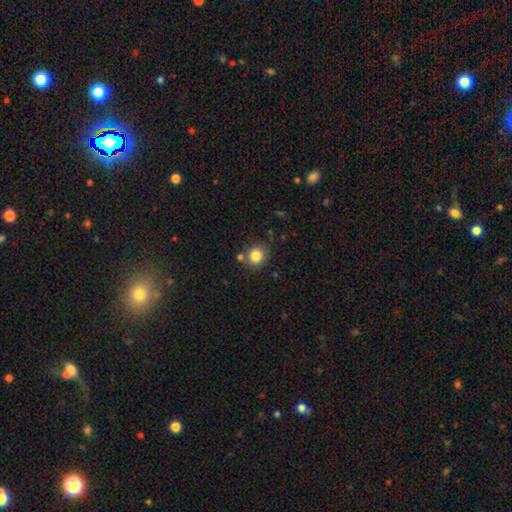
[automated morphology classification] Smooth or featured: smooth — 83% (star or artifact — 11%)
How rounded: round — 88% (in between — 11%)
Merging: none — 77% (minor disturbance — 10%)